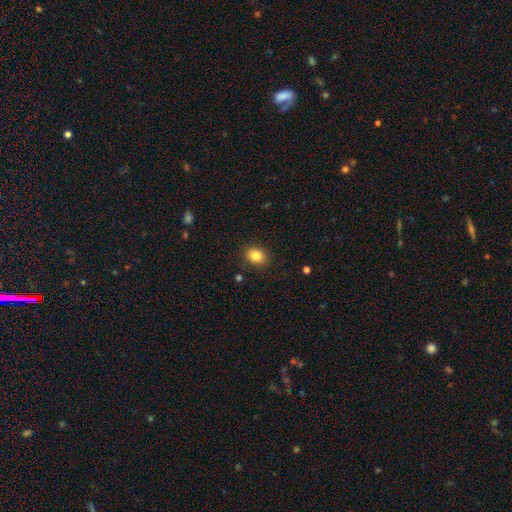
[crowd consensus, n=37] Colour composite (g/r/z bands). It shows a smooth galaxy with no disk features (86%) that is in between round and cigar-shaped (69%). Merging: none (92%).